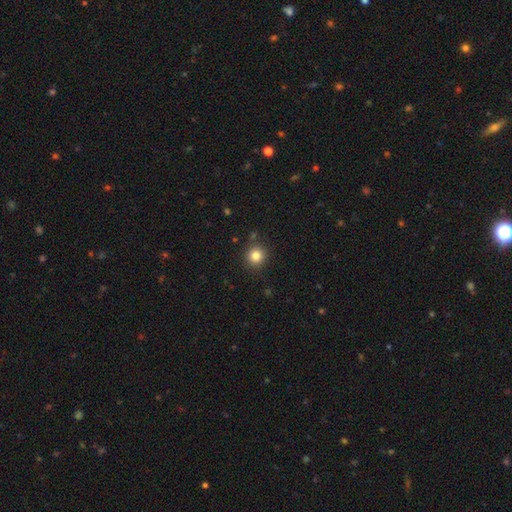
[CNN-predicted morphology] type=smooth (82%); roundness=round (92%); merging=none (87%).